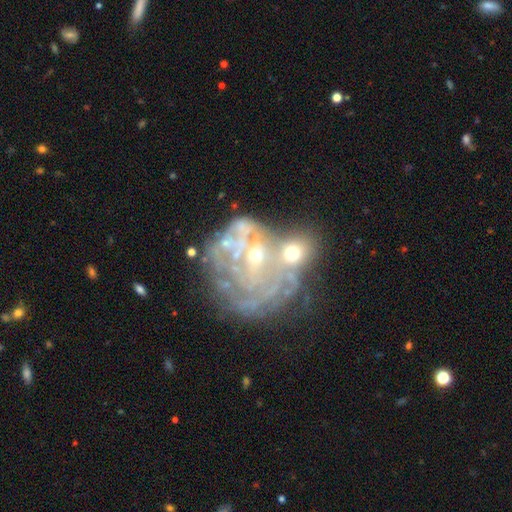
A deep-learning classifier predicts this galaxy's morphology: smooth_or_featured: featured or disk (p=0.73) [alt: smooth p=0.14]
disk_edge_on: no (p=0.98) [alt: yes p=0.02]
bar: no (p=0.78) [alt: weak p=0.17]
has_spiral_arms: yes (p=0.57) [alt: no p=0.43]
bulge_size: small (p=0.59) [alt: moderate p=0.23]
merging: merger (p=0.41) [alt: none p=0.25]